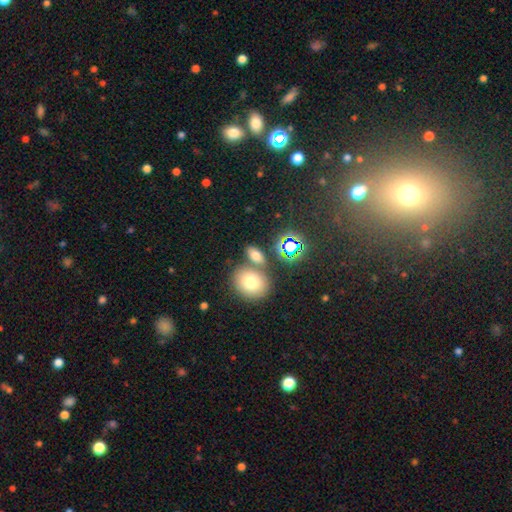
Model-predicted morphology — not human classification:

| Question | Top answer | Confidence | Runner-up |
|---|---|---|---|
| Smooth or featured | smooth | 68% | star or artifact (20%) |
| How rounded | in between | 69% | round (27%) |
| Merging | none | 63% | merger (23%) |